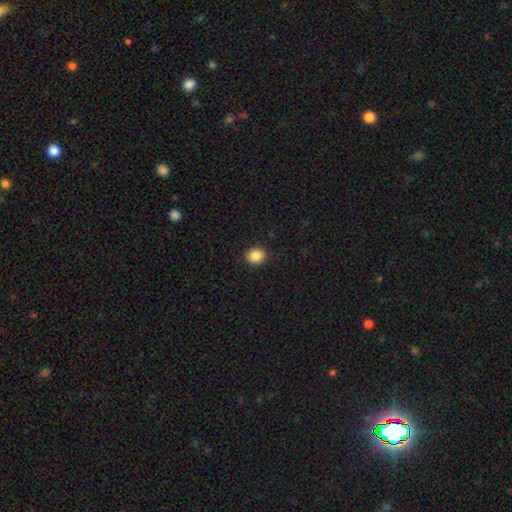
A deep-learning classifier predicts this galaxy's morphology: type=smooth (86%); roundness=round (83%); merging=none (92%).